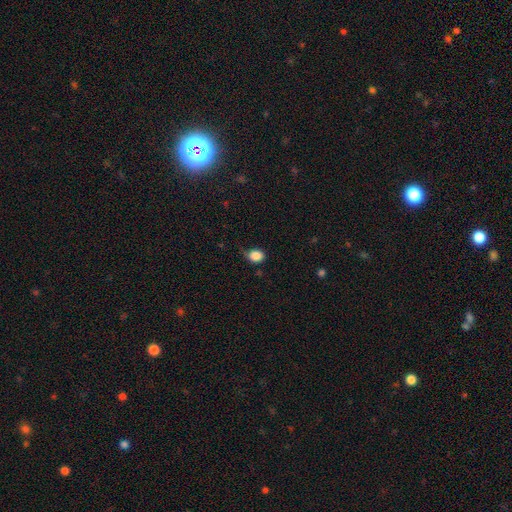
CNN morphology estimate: Smooth or featured?
  - smooth: 86% *
  - star or artifact: 9%
  - featured or disk: 5%
How rounded?
  - round: 52% *
  - in between: 47%
  - cigar-shaped: 1%
Merging?
  - none: 58% *
  - minor disturbance: 31%
  - major disturbance: 9%
  - merger: 2%